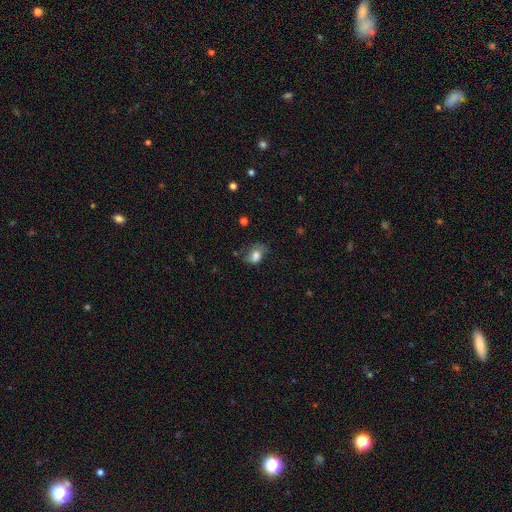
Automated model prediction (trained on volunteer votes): This is likely a smooth galaxy (73%). How rounded: likely in between (67%). Merging: marginally none (45%).